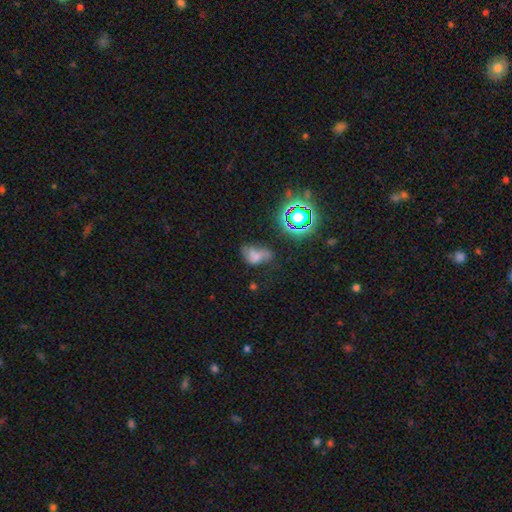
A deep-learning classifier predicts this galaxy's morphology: This is marginally a smooth galaxy (43%). Merging: marginally none (30%).